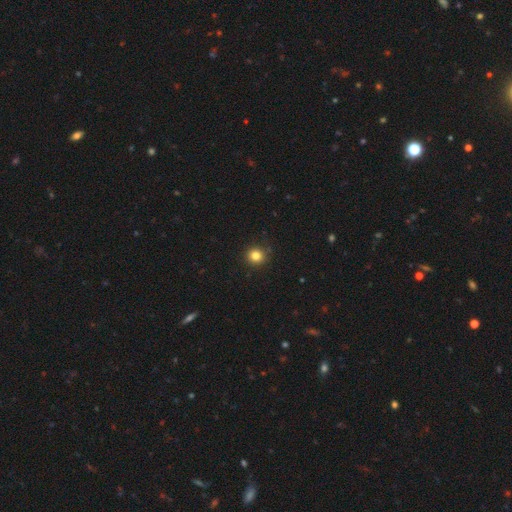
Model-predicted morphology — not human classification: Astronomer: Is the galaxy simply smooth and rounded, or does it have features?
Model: smooth — 83%.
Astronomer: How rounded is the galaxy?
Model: round — 92%.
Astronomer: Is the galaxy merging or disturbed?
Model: none — 90%.